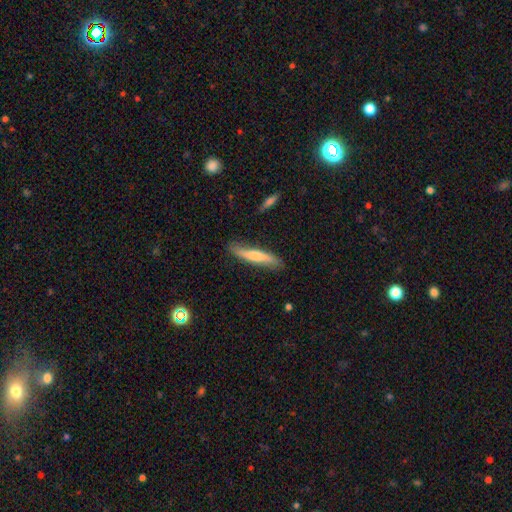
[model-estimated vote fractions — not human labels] The model was most divided on "smooth or featured": smooth: 65%, featured or disk: 30%, star or artifact: 5%. More confident: how rounded — cigar-shaped (89%); merging — none (76%).